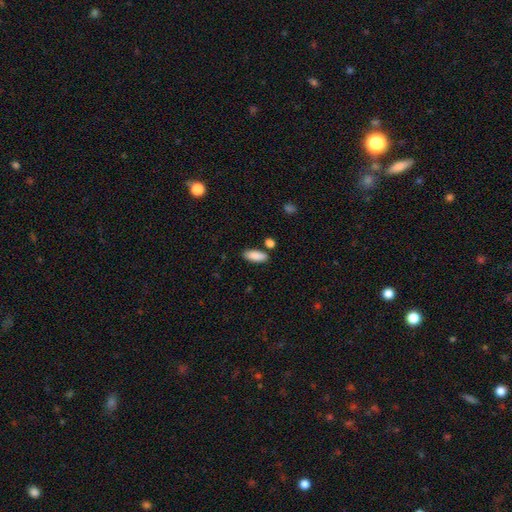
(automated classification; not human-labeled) The model was most divided on "how rounded": in between: 80%, cigar-shaped: 18%, round: 2%. More confident: smooth or featured — smooth (89%); merging — none (81%).